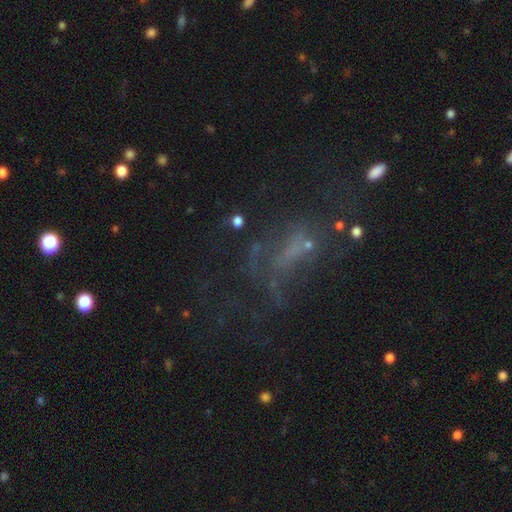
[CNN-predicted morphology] This appears to be a featured or disk galaxy (42%). Merging: none (40%).